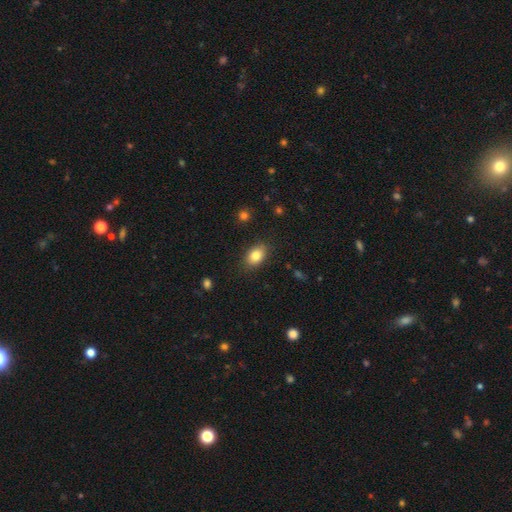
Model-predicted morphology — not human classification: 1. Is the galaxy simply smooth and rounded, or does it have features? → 83% smooth, 9% star or artifact, 8% featured or disk.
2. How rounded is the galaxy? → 82% in between, 17% round, 1% cigar-shaped.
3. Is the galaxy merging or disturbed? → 85% none, 11% minor disturbance, 3% major disturbance, 1% merger.